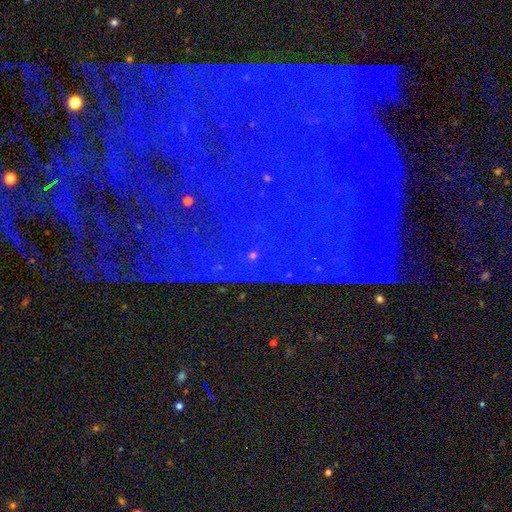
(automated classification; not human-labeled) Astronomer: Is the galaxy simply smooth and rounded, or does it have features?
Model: star or artifact — 80%.